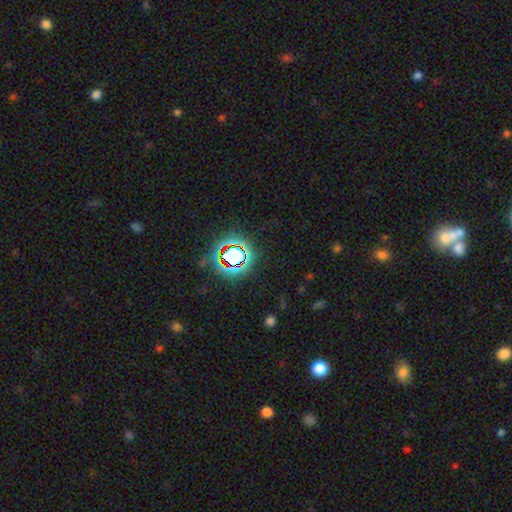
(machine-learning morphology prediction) Q: Smooth or featured?
A: star or artifact (72%); runner-up: smooth (18%)